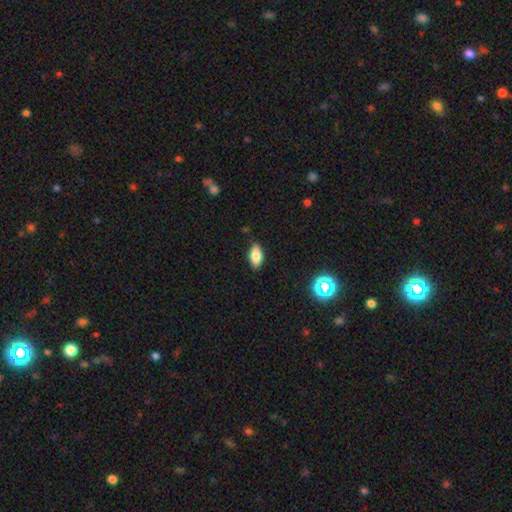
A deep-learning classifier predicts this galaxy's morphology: A smooth galaxy with no disk features (77%) that is in between round and cigar-shaped (89%). Merging: none (86%).